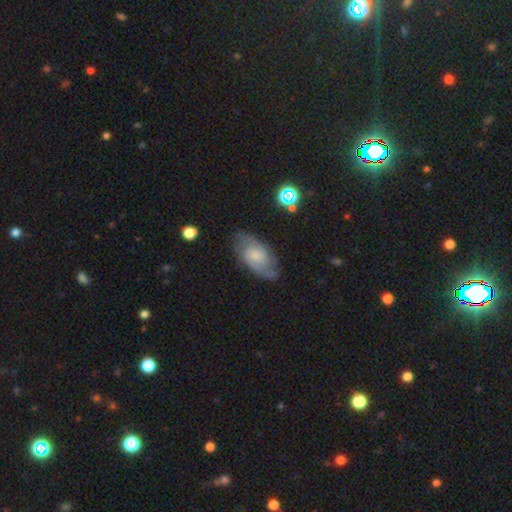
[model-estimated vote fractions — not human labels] A featured or disk galaxy (73%) with no bar (54%), 2 (76%) medium (48%) spiral arms (93%) and a small central bulge (45%). Merging: none (75%).